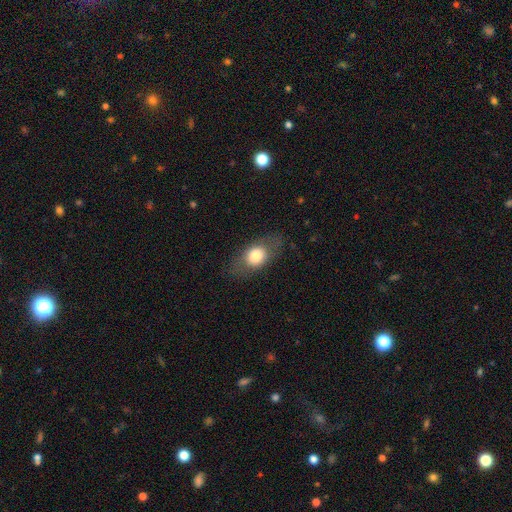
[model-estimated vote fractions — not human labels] Smooth or featured? Predicted: smooth (p=0.71). How rounded? Predicted: in between (p=0.68). Merging? Predicted: none (p=0.78).